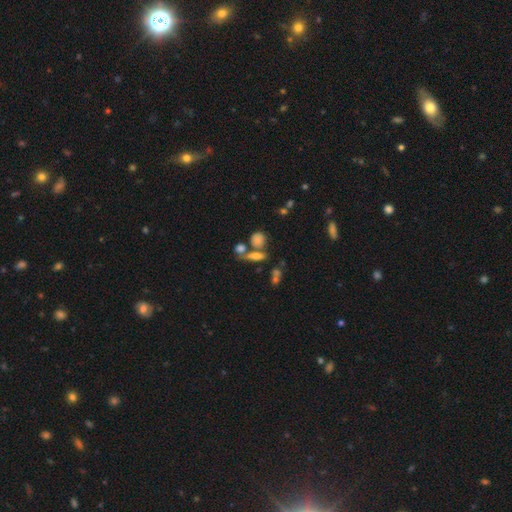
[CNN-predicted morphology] smooth_or_featured: smooth (p=0.62) [alt: featured or disk p=0.24]
how_rounded: in between (p=0.40) [alt: cigar-shaped p=0.37]
merging: none (p=0.55) [alt: merger p=0.27]